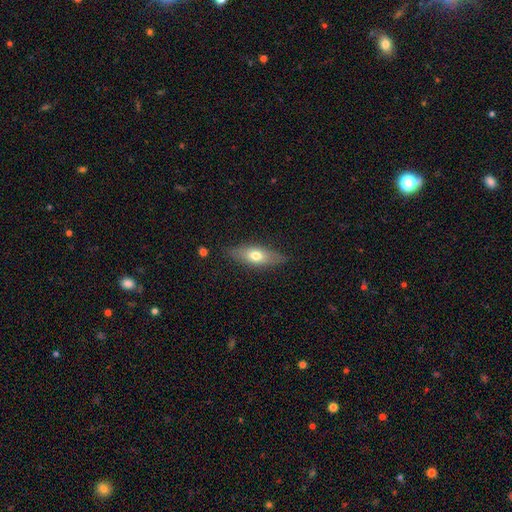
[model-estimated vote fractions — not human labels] smooth_or_featured: smooth (p=0.62) [alt: featured or disk p=0.32]
how_rounded: in between (p=0.63) [alt: cigar-shaped p=0.33]
merging: none (p=0.81) [alt: minor disturbance p=0.15]